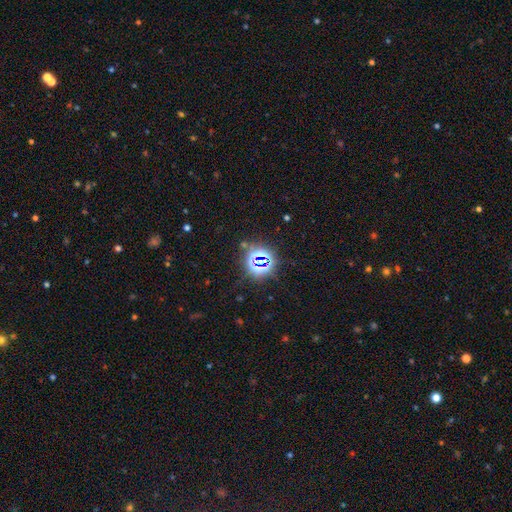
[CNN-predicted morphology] Smooth or featured? Predicted: star or artifact (p=0.79).